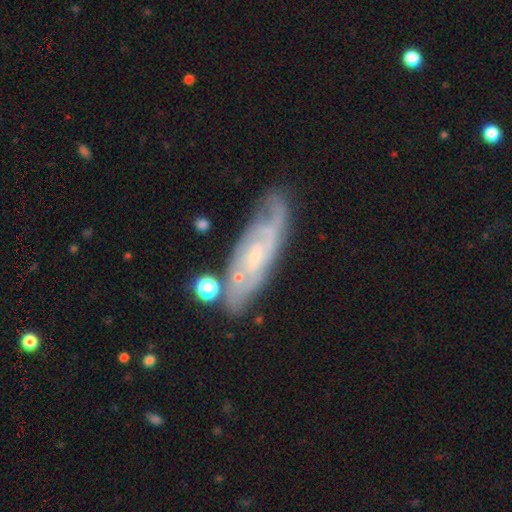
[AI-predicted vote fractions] smooth_or_featured: featured or disk (p=0.78) [alt: smooth p=0.15]
disk_edge_on: no (p=0.81) [alt: yes p=0.19]
bar: no (p=0.57) [alt: weak p=0.35]
has_spiral_arms: yes (p=0.91) [alt: no p=0.09]
spiral_winding: tight (p=0.54) [alt: medium p=0.36]
spiral_arm_count: can't tell (p=0.41) [alt: 2 p=0.33]
bulge_size: small (p=0.70) [alt: moderate p=0.18]
merging: none (p=0.68) [alt: minor disturbance p=0.19]